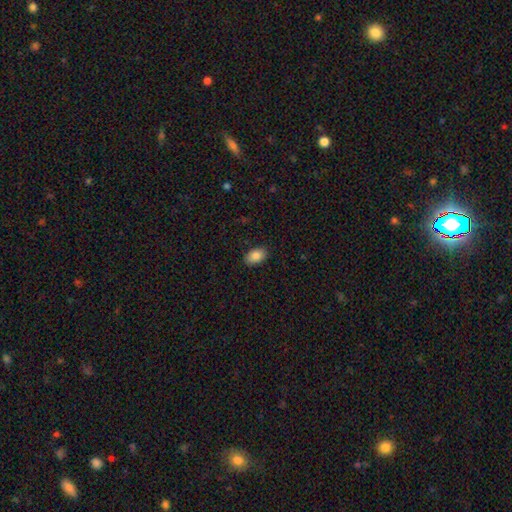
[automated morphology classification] Smooth or featured?
  - smooth: 86% *
  - star or artifact: 8%
  - featured or disk: 7%
How rounded?
  - in between: 91% *
  - round: 8%
  - cigar-shaped: 1%
Merging?
  - none: 87% *
  - minor disturbance: 10%
  - major disturbance: 2%
  - merger: 1%